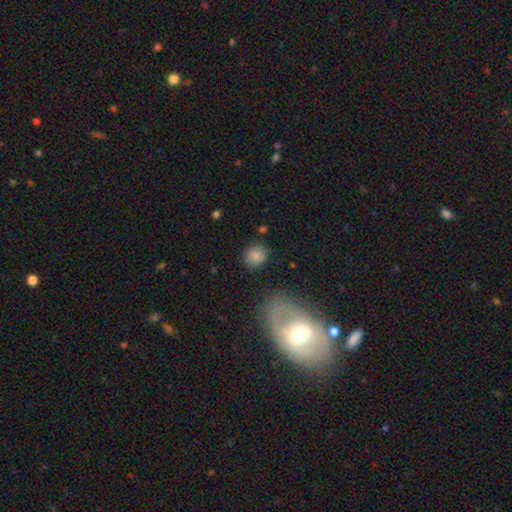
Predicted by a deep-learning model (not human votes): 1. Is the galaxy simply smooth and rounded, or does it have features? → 81% smooth, 11% star or artifact, 8% featured or disk.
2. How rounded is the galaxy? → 84% round, 15% in between, 1% cigar-shaped.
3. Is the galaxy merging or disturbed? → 83% none, 11% minor disturbance, 4% major disturbance, 3% merger.